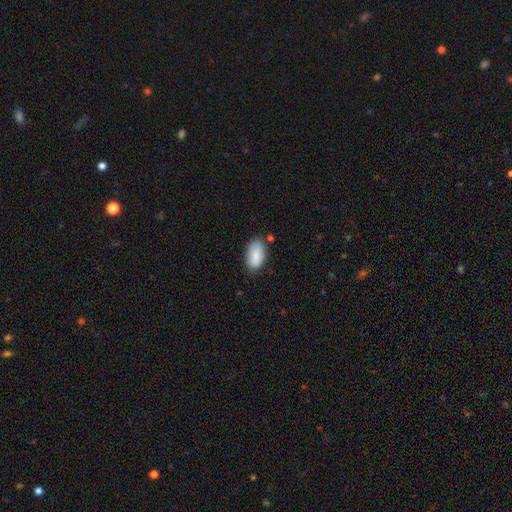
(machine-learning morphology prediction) The model was most divided on "merging": none: 75%, minor disturbance: 18%, merger: 4%, major disturbance: 3%. More confident: how rounded — in between (94%); smooth or featured — smooth (86%).